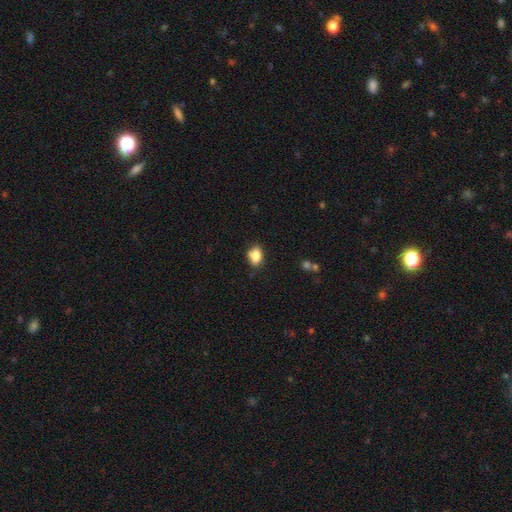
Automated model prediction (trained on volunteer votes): The model was most divided on "merging": none: 70%, minor disturbance: 21%, merger: 5%, major disturbance: 4%. More confident: smooth or featured — smooth (83%); how rounded — in between (78%).